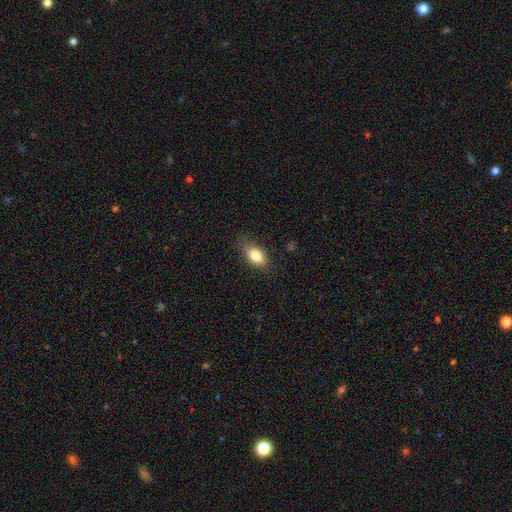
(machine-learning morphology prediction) Smooth or featured? Predicted: smooth (p=0.82). How rounded? Predicted: in between (p=0.88). Merging? Predicted: none (p=0.78).